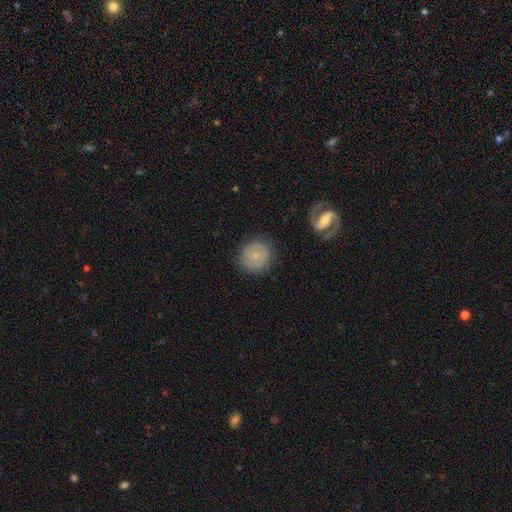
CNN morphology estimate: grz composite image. It shows a smooth galaxy with no disk features (48%). Merging: none (81%).